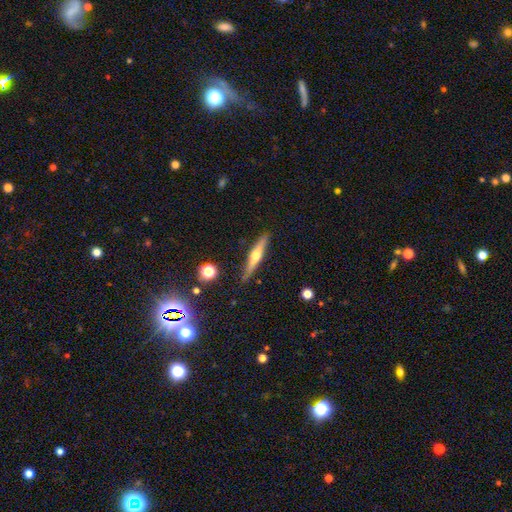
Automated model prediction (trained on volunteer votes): smooth_or_featured: featured or disk (p=0.62) [alt: smooth p=0.31]
disk_edge_on: yes (p=0.96) [alt: no p=0.04]
edge_on_bulge: rounded (p=0.90) [alt: none p=0.06]
merging: none (p=0.86) [alt: minor disturbance p=0.10]